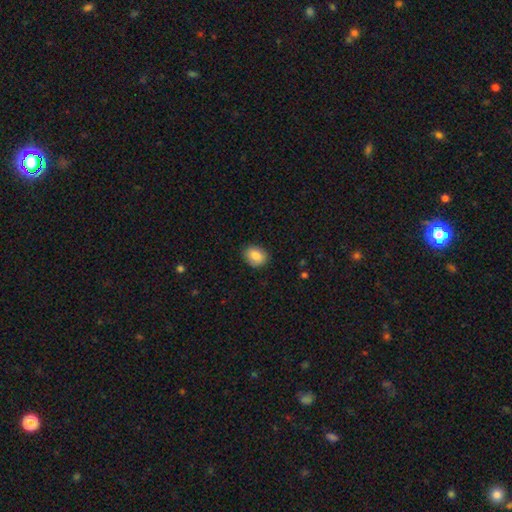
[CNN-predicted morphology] This is clearly a smooth galaxy (85%). How rounded: possibly in between (53%). Merging: clearly none (86%).